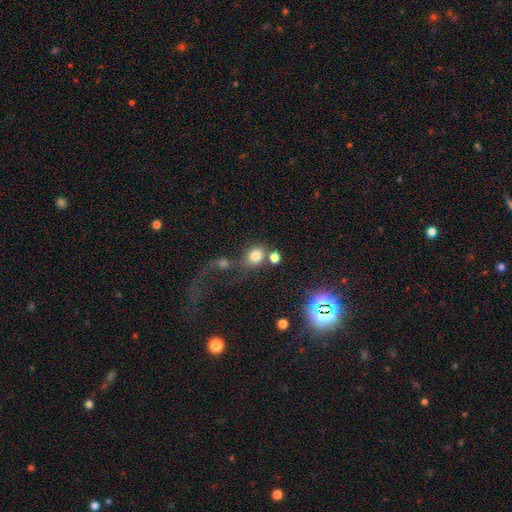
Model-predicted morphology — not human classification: The model was most divided on "merging": none: 50%, merger: 28%, minor disturbance: 11%, major disturbance: 10%. More confident: smooth or featured — smooth (77%); how rounded — round (66%).